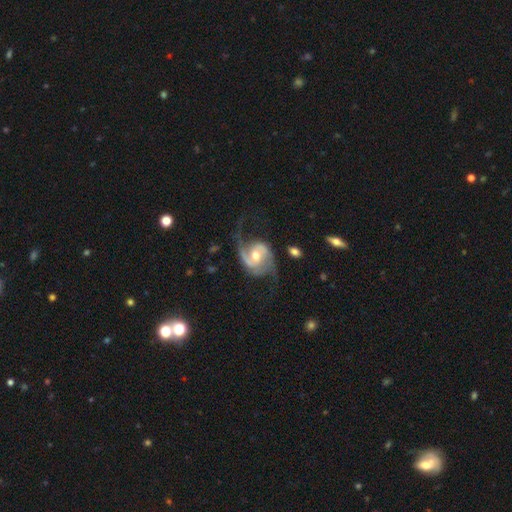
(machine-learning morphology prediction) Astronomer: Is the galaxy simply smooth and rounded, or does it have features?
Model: featured or disk — 87%.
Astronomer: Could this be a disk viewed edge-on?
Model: no — 98%.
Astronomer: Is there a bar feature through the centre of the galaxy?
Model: no — 44% (runner-up: weak, 42%).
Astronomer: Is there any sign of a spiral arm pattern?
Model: yes — 96%.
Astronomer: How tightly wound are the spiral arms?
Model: medium — 44% (runner-up: loose, 42%).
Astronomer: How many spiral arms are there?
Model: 2 — 86%.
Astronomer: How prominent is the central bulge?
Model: moderate — 69%.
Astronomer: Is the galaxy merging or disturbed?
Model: none — 55%.